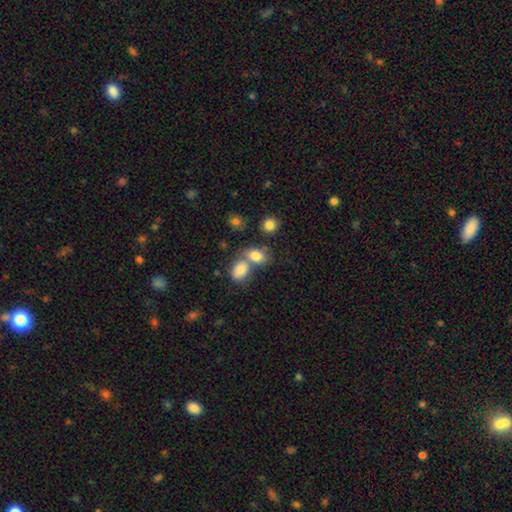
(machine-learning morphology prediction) A smooth galaxy with no disk features (79%) that is in between round and cigar-shaped (73%). Merging: merger (46%).